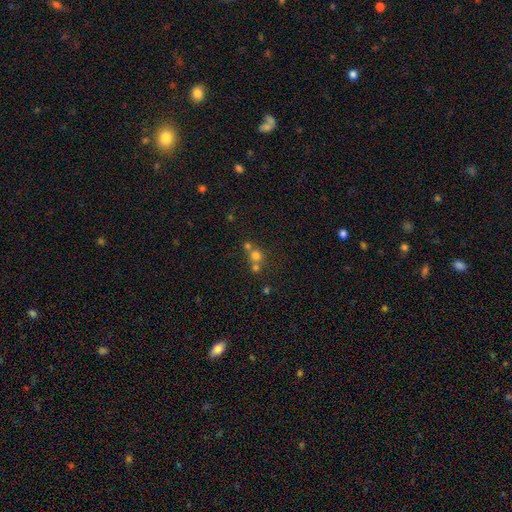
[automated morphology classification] Smooth or featured: smooth — 69% (star or artifact — 18%)
How rounded: round — 87% (in between — 11%)
Merging: merger — 48% (none — 43%)